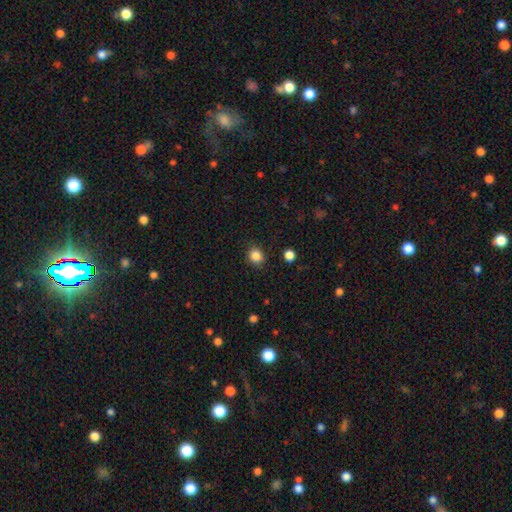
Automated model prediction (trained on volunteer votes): A smooth galaxy with no disk features (85%) that is round (77%).

Vote fractions:
- Smooth or featured? smooth: 85% / star or artifact: 11% / featured or disk: 4%
- How rounded? round: 77% / in between: 22% / cigar-shaped: 1%
- Merging? none: 88% / minor disturbance: 8% / major disturbance: 2% / merger: 1%